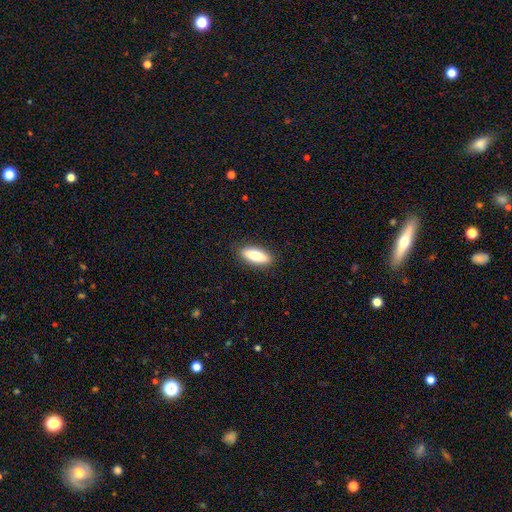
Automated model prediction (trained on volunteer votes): This is clearly a smooth galaxy (82%). How rounded: likely in between (68%). Merging: clearly none (89%).